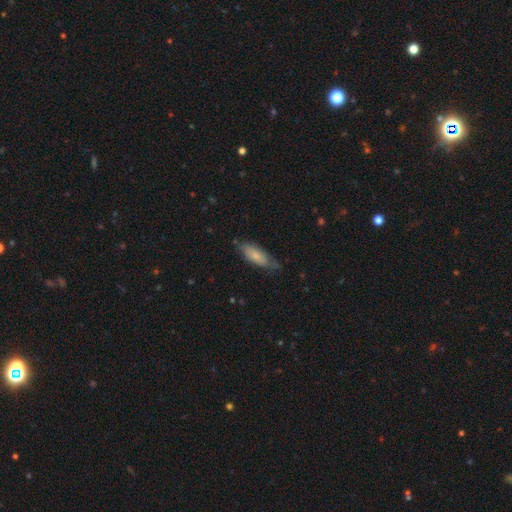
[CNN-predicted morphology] Smooth or featured? Predicted: smooth (p=0.72). How rounded? Predicted: in between (p=0.66). Merging? Predicted: none (p=0.64).